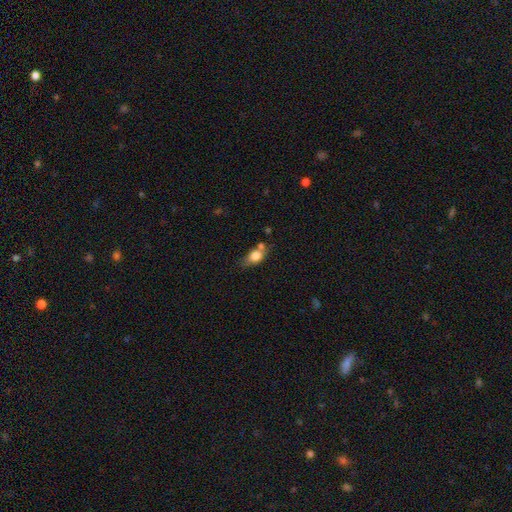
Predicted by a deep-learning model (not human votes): Smooth or featured? smooth (74%)
How rounded? in between (71%)
Merging? none (51%)